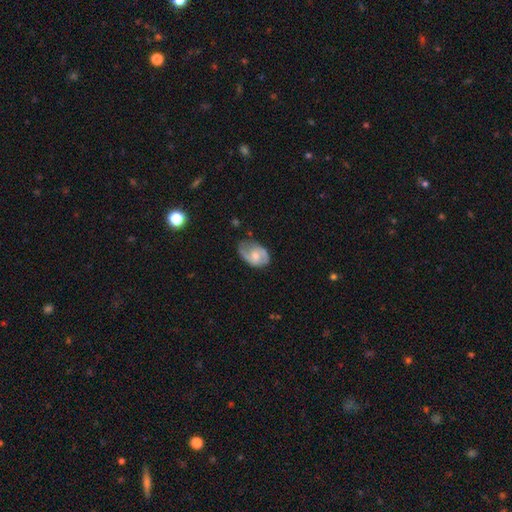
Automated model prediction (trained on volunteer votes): A featured or disk galaxy (61%) with no bar (57%), spiral arms (82%) and a moderate central bulge (59%). Merging: none (58%).